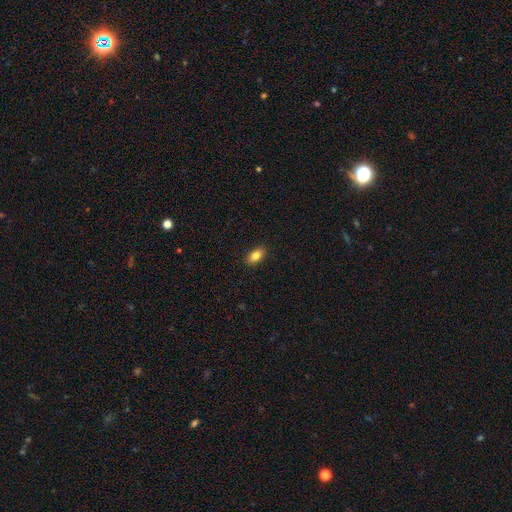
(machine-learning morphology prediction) smooth_or_featured: smooth (p=0.84) [alt: star or artifact p=0.08]
how_rounded: in between (p=0.89) [alt: round p=0.07]
merging: none (p=0.89) [alt: minor disturbance p=0.08]